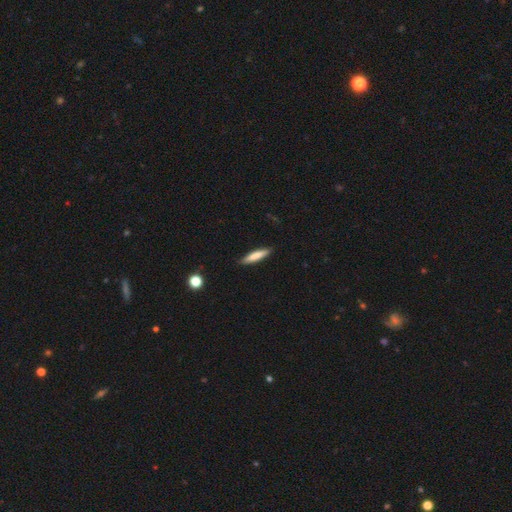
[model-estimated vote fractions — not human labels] Smooth or featured: smooth — 75% (featured or disk — 19%)
How rounded: cigar-shaped — 86% (in between — 13%)
Merging: none — 87% (minor disturbance — 10%)